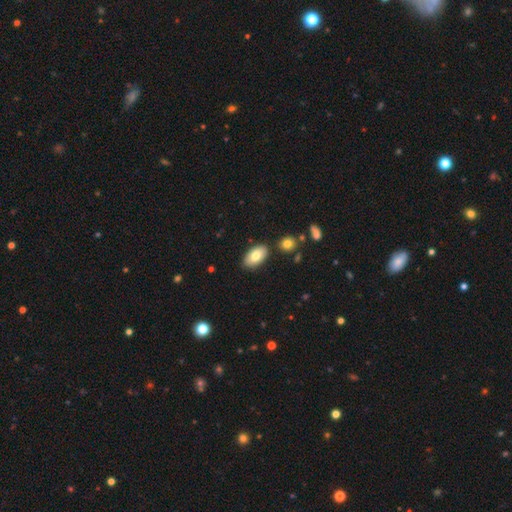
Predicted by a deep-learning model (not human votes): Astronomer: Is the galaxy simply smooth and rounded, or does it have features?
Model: smooth — 79%.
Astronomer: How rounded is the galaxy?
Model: in between — 94%.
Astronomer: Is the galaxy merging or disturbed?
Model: none — 83%.